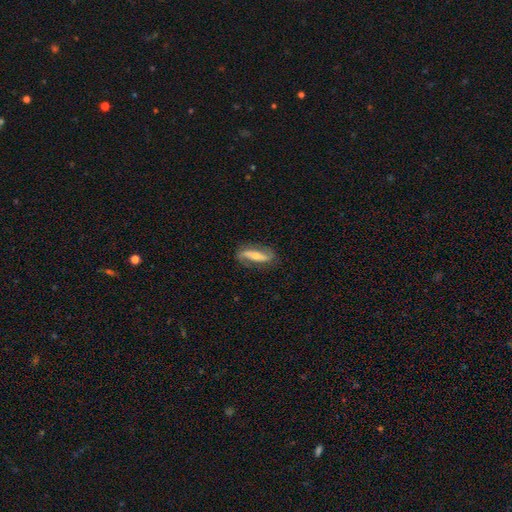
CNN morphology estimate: Smooth or featured? featured or disk (73%)
Edge-on disk? no (79%)
Bar? strong (48%)
Spiral arms? yes (89%)
Spiral winding? loose (54%)
Spiral arm count? 2 (89%)
Bulge size? moderate (51%)
Merging? none (79%)